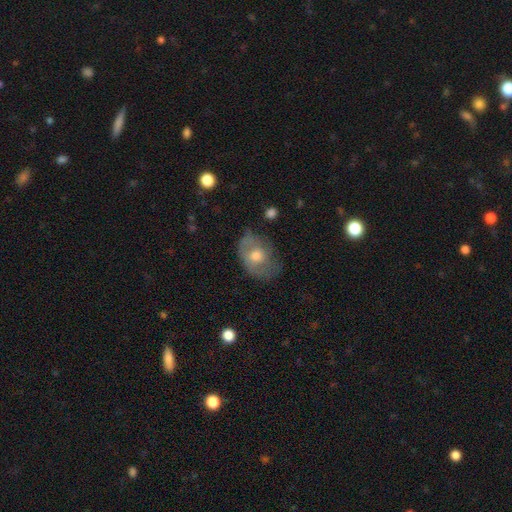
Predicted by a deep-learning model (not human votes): smooth-or-featured: smooth: 49% | featured or disk: 42% | star or artifact: 9%
  merging: none: 56% | minor disturbance: 28% | major disturbance: 14% | merger: 2%